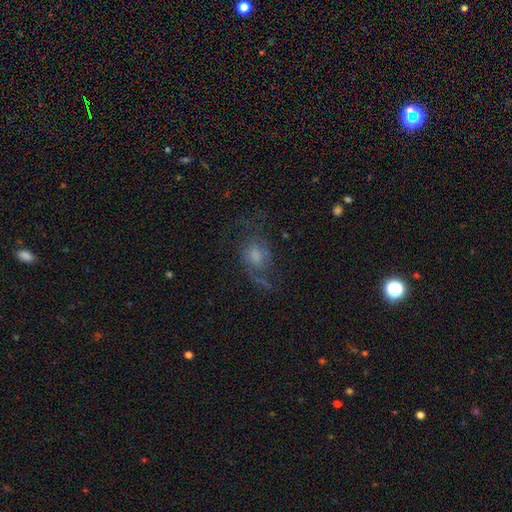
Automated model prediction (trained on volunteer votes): Smooth or featured? Predicted: featured or disk (p=0.49). Merging? Predicted: none (p=0.41).